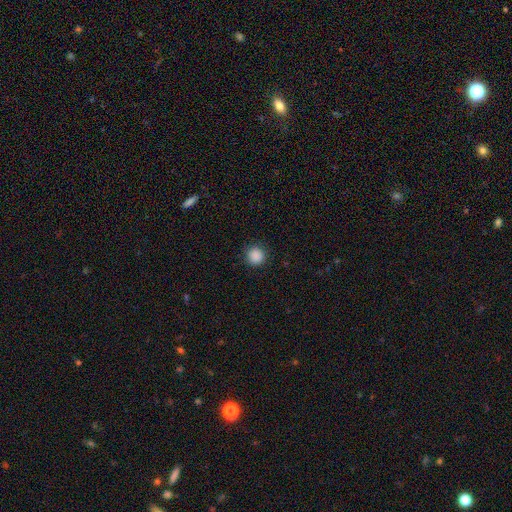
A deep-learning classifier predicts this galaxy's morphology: Smooth or featured? Predicted: smooth (p=0.88). How rounded? Predicted: round (p=0.95). Merging? Predicted: none (p=0.90).